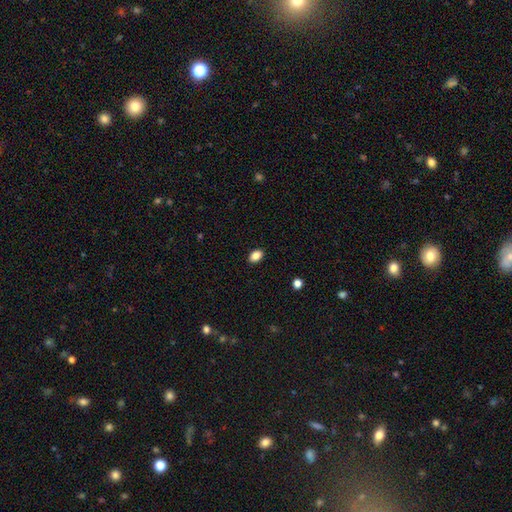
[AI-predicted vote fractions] The model was most divided on "how rounded": in between: 84%, round: 15%, cigar-shaped: 1%. More confident: merging — none (90%); smooth or featured — smooth (86%).